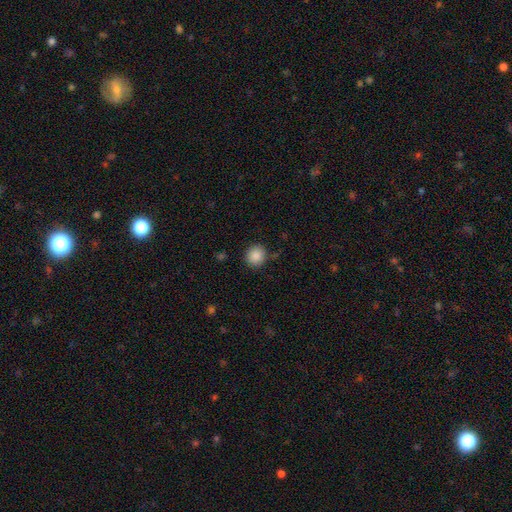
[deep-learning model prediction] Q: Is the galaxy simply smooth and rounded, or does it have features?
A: smooth — 88%.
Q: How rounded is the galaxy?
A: round — 87%.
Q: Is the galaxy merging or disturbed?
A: none — 85%.